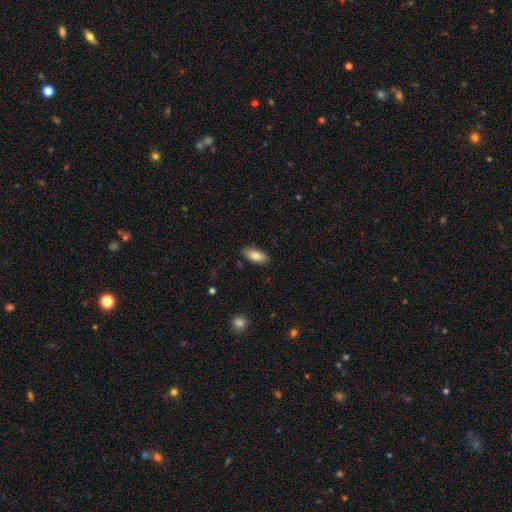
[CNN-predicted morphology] Smooth or featured? Predicted: smooth (p=0.84). How rounded? Predicted: in between (p=0.87). Merging? Predicted: none (p=0.87).